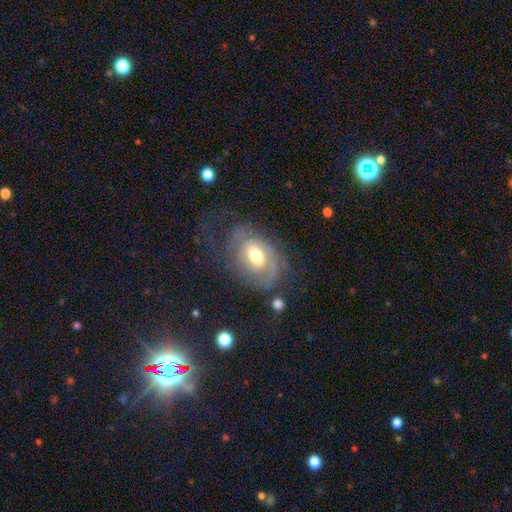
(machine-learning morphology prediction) A featured or disk galaxy (68%) with no bar (53%), can't tell (34%, tied with 2) tight (46%) spiral arms (78%) and a moderate central bulge (67%).

Vote fractions:
- Smooth or featured? featured or disk: 68% / smooth: 25% / star or artifact: 7%
- Edge-on disk? no: 95% / yes: 5%
- Bar? no: 53% / weak: 38% / strong: 9%
- Spiral arms? yes: 78% / no: 22%
- Spiral winding? tight: 46% / medium: 36% / loose: 18%
- Spiral arm count? can't tell: 34% (tied) / 2: 34% (tied) / 1: 19% / 3: 7% / 4: 3% / more than 4: 3%
- Bulge size? moderate: 67% / large: 19% / small: 11% / dominant: 2% / none: 1%
- Merging? none: 47% / major disturbance: 27% / minor disturbance: 23% / merger: 3%